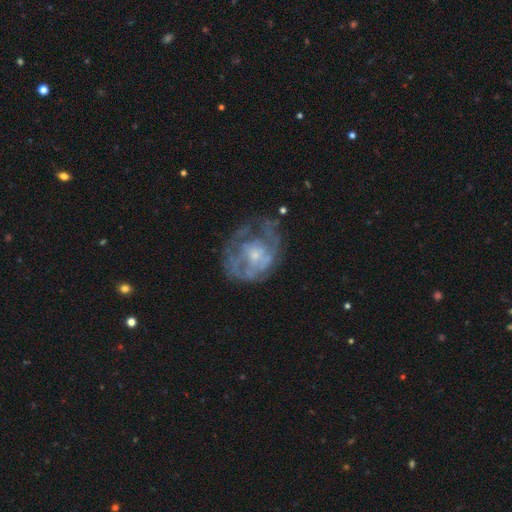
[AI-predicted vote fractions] Q: Smooth or featured?
A: featured or disk (73%); runner-up: smooth (19%)
Q: Edge-on disk?
A: no (98%); runner-up: yes (2%)
Q: Bar?
A: no (77%); runner-up: weak (19%)
Q: Spiral arms?
A: yes (52%); runner-up: no (48%)
Q: Bulge size?
A: small (56%); runner-up: moderate (31%)
Q: Merging?
A: none (49%); runner-up: major disturbance (26%)